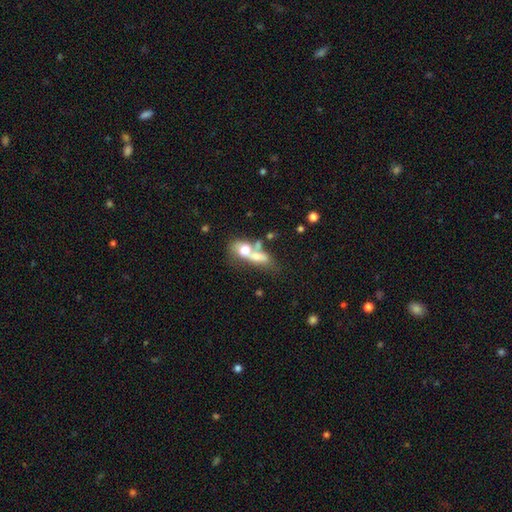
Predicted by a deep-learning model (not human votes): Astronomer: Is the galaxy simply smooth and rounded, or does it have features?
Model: smooth — 54% (runner-up: featured or disk, 35%).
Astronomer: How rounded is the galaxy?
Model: in between — 59%.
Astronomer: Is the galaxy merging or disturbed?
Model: merger — 69%.